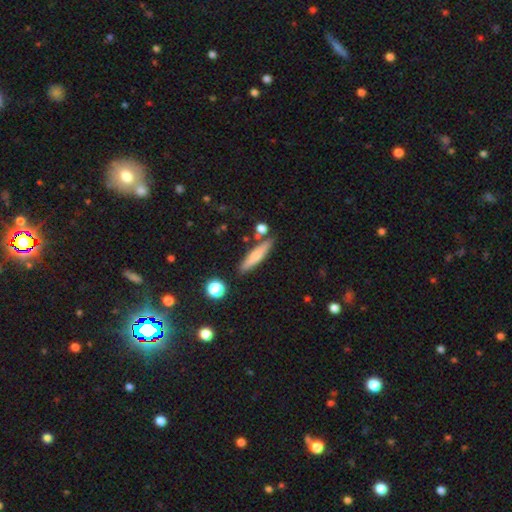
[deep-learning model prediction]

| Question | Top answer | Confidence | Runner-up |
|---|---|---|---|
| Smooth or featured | smooth | 68% | featured or disk (25%) |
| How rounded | cigar-shaped | 84% | in between (14%) |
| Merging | none | 81% | minor disturbance (11%) |